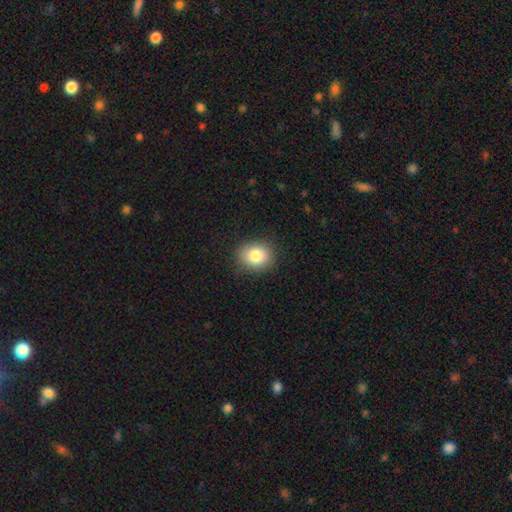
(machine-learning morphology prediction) smooth-or-featured: smooth: 83% | star or artifact: 9% | featured or disk: 8%
  how-rounded: round: 58% | in between: 41% | cigar-shaped: 1%
  merging: none: 86% | minor disturbance: 10% | major disturbance: 3% | merger: 1%